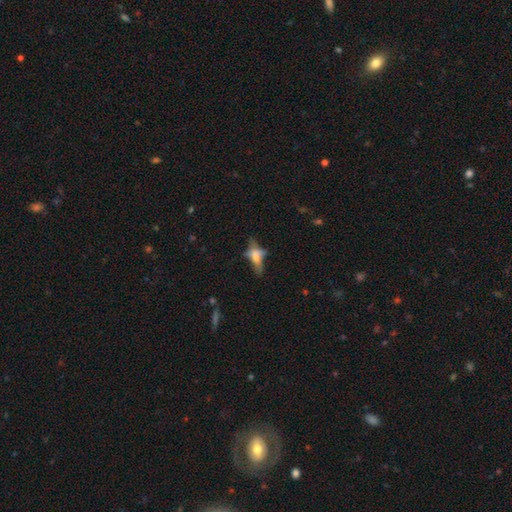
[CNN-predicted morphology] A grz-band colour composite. It shows a smooth galaxy with no disk features (46%). Merging: none (37%).